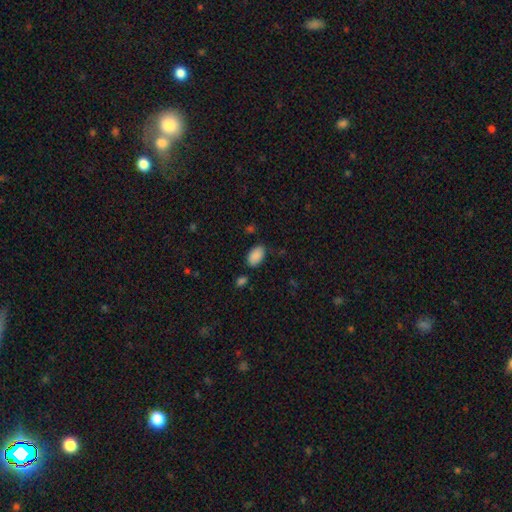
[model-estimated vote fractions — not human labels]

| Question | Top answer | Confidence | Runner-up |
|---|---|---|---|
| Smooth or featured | smooth | 89% | star or artifact (7%) |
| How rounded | in between | 93% | round (6%) |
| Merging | none | 79% | minor disturbance (14%) |